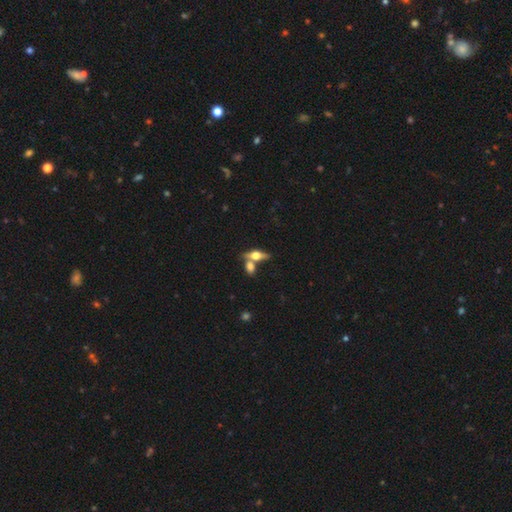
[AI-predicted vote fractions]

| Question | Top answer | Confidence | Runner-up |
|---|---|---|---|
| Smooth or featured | featured or disk | 57% | smooth (35%) |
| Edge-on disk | yes | 90% | no (10%) |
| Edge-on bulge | rounded | 95% | boxy (3%) |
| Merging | none | 54% | merger (33%) |